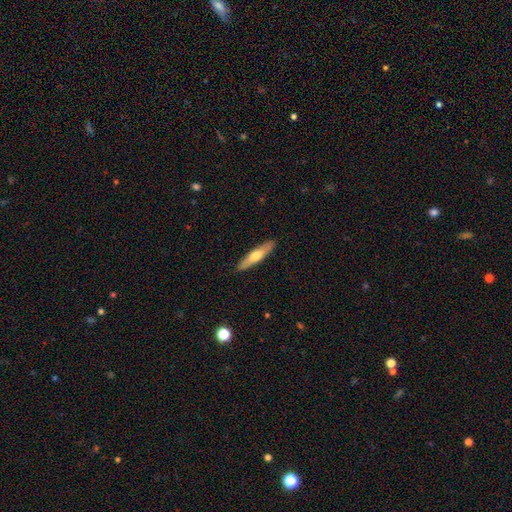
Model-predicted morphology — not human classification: The model was most divided on "smooth or featured": smooth: 53%, featured or disk: 42%, star or artifact: 5%. More confident: merging — none (90%); how rounded — cigar-shaped (84%).